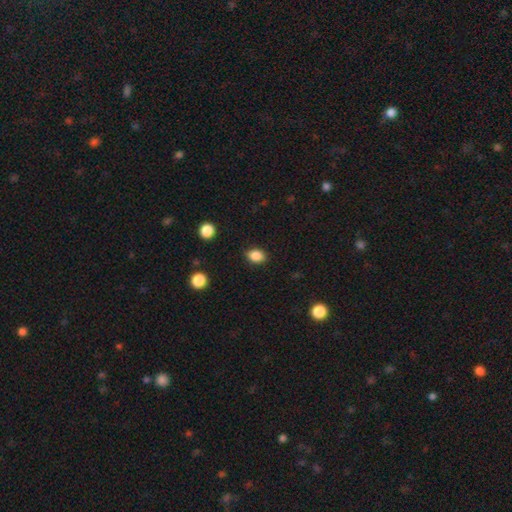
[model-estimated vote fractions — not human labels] Morphology: type=smooth (86%); roundness=in between (68%); merging=none (86%).